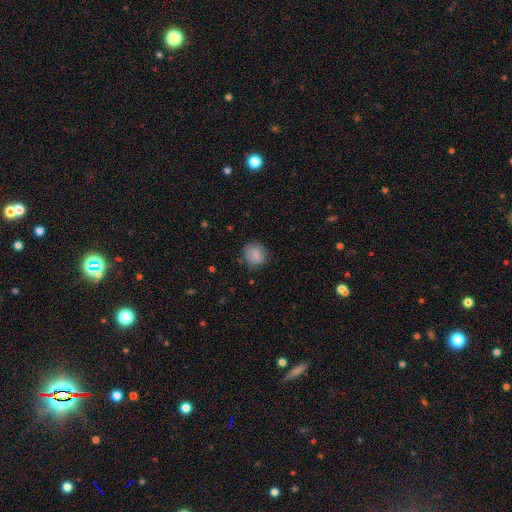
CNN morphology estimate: smooth_or_featured: smooth (p=0.83) [alt: featured or disk p=0.09]
how_rounded: round (p=0.80) [alt: in between p=0.19]
merging: none (p=0.76) [alt: minor disturbance p=0.18]